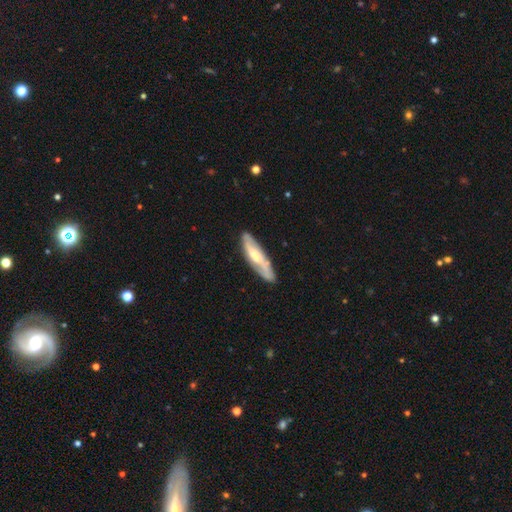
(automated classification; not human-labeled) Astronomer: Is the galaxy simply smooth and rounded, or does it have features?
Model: featured or disk — 60% (runner-up: smooth, 35%).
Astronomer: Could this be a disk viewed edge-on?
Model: no — 59% (runner-up: yes, 41%).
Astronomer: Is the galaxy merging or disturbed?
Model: none — 79%.